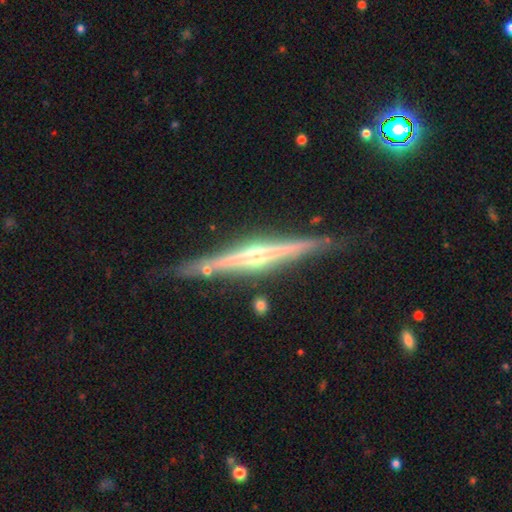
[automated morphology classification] Q: Smooth or featured?
A: featured or disk (86%); runner-up: smooth (9%)
Q: Edge-on disk?
A: yes (98%); runner-up: no (2%)
Q: Edge-on bulge?
A: rounded (91%); runner-up: none (6%)
Q: Merging?
A: none (84%); runner-up: minor disturbance (11%)